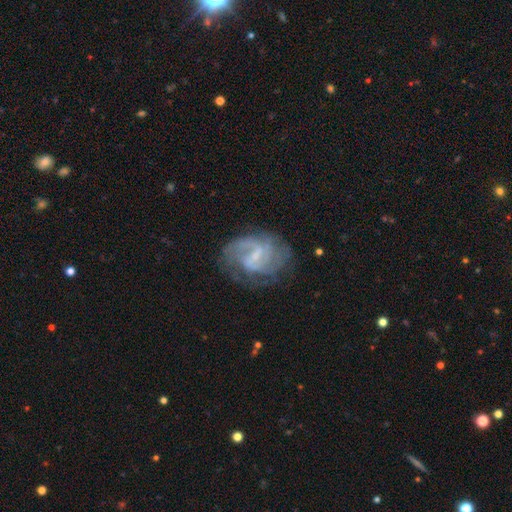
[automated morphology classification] This appears to be a featured or disk galaxy (80%) with a weak bar (58%), 2 (41%) medium (44%) spiral arms (88%) and a small central bulge (49%). Merging: none (60%).